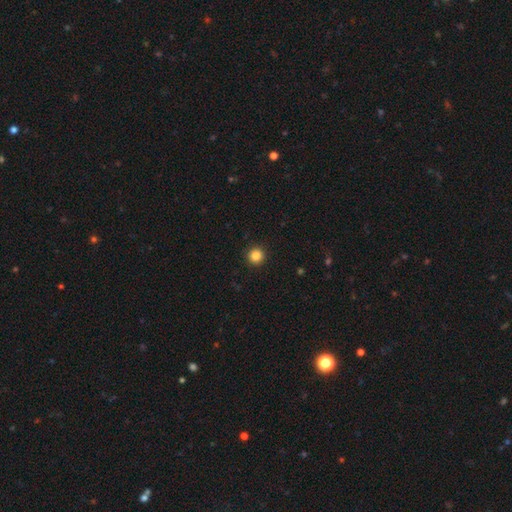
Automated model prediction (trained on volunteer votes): A smooth galaxy with no disk features (86%) that is round (96%).

Vote fractions:
- Smooth or featured? smooth: 86% / star or artifact: 11% / featured or disk: 3%
- How rounded? round: 96% / in between: 3% / cigar-shaped: 1%
- Merging? none: 93% / minor disturbance: 5% / major disturbance: 2% / merger: 1%